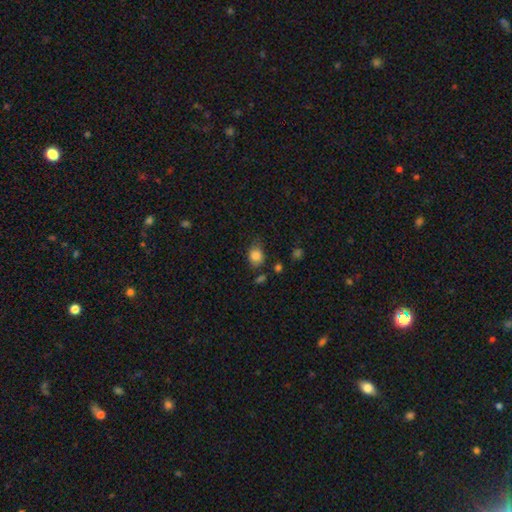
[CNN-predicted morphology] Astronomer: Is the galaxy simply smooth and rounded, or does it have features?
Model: smooth — 84%.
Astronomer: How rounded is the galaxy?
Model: in between — 50% (runner-up: round, 48%).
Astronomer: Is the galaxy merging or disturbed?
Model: none — 64%.